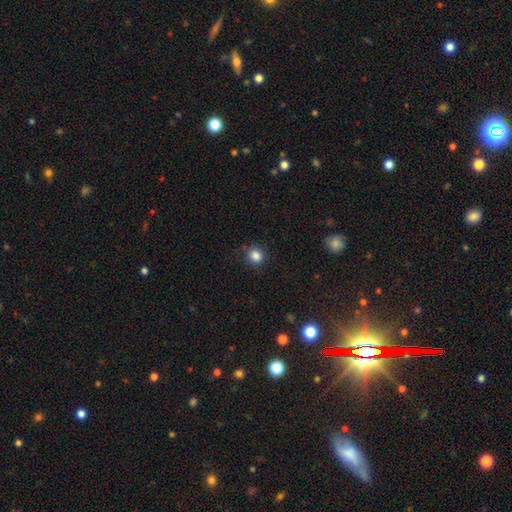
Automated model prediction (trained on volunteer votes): smooth_or_featured: smooth (p=0.85) [alt: star or artifact p=0.11]
how_rounded: round (p=0.84) [alt: in between p=0.15]
merging: none (p=0.85) [alt: minor disturbance p=0.11]